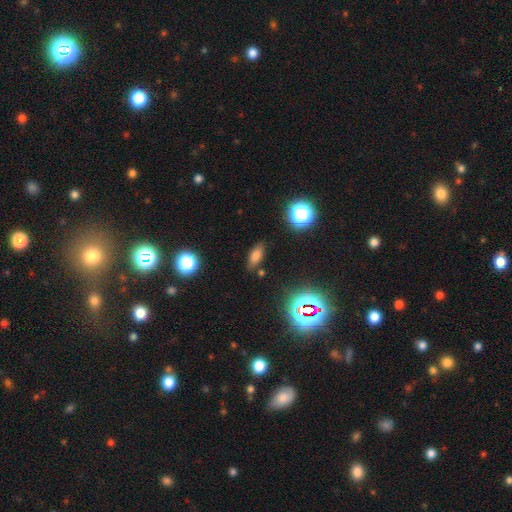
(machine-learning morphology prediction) smooth 72%, star or artifact 18%, featured or disk 11%. Down the decision tree: how rounded — in between (77%); merging — none (83%).